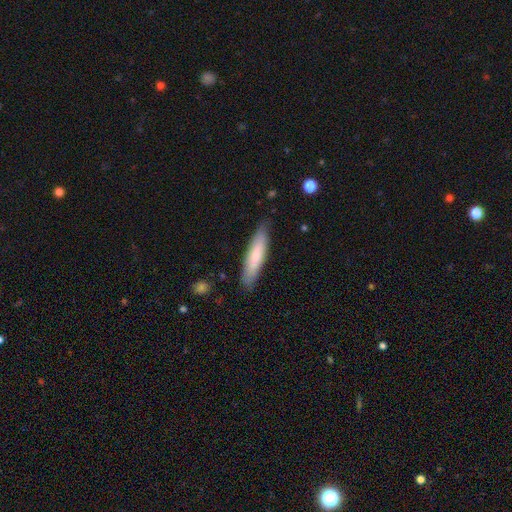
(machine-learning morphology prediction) Smooth or featured? smooth (72%)
How rounded? cigar-shaped (80%)
Merging? none (85%)